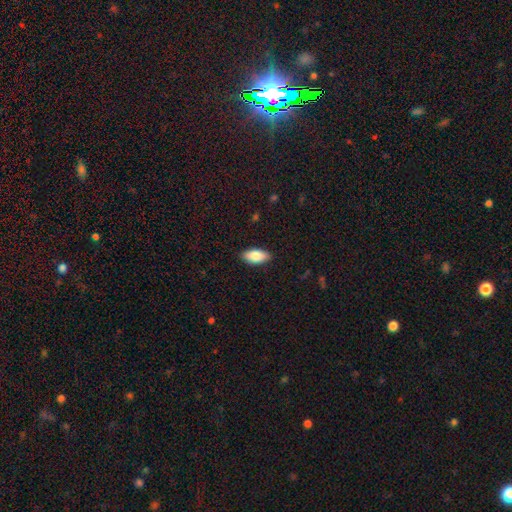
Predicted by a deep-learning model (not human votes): smooth_or_featured: smooth (p=0.85) [alt: featured or disk p=0.09]
how_rounded: in between (p=0.91) [alt: cigar-shaped p=0.06]
merging: none (p=0.88) [alt: minor disturbance p=0.09]